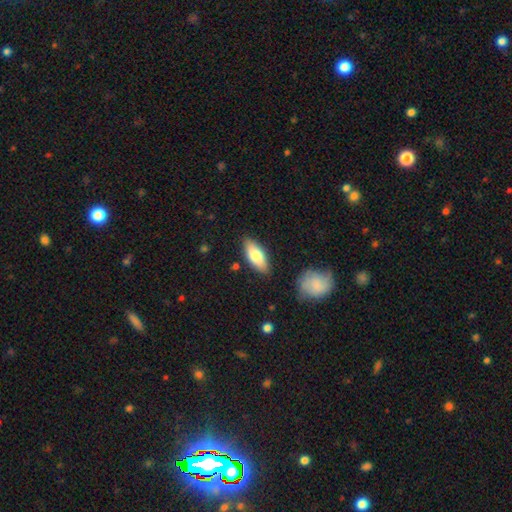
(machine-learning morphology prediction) Q: Smooth or featured?
A: smooth (75%); runner-up: featured or disk (19%)
Q: How rounded?
A: in between (79%); runner-up: cigar-shaped (19%)
Q: Merging?
A: none (85%); runner-up: minor disturbance (11%)